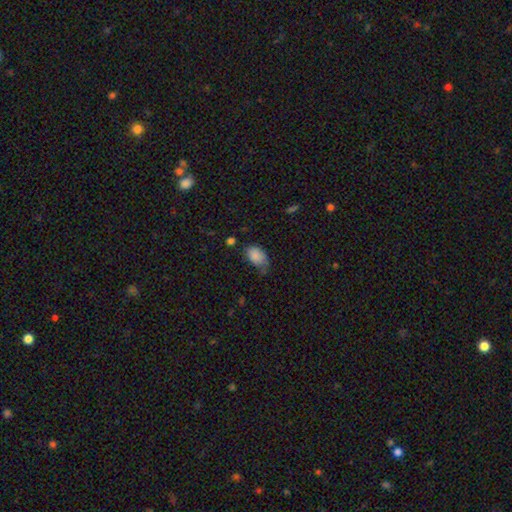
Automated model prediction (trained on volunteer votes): Smooth or featured: smooth — 86% (star or artifact — 8%)
How rounded: in between — 89% (round — 10%)
Merging: none — 46% (minor disturbance — 38%)